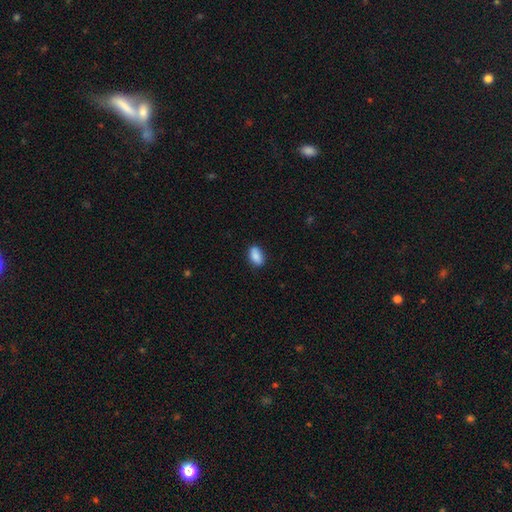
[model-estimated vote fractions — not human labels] Overall: smooth (86%). How rounded: in between (90%). Merging: none (83%).